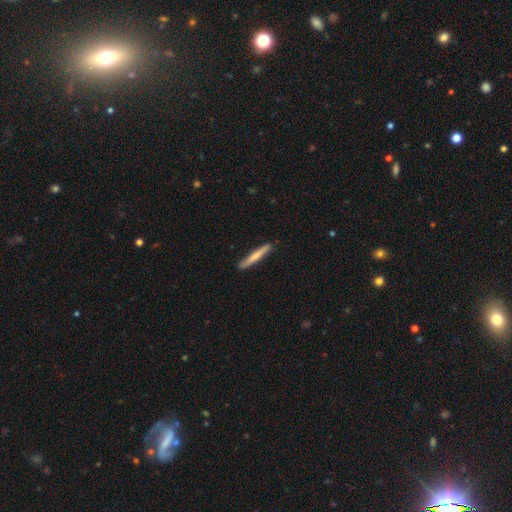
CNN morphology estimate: Smooth or featured?
  - smooth: 65% *
  - featured or disk: 30%
  - star or artifact: 5%
How rounded?
  - cigar-shaped: 96% *
  - in between: 3%
  - round: 1%
Merging?
  - none: 89% *
  - minor disturbance: 8%
  - major disturbance: 1%
  - merger: 1%